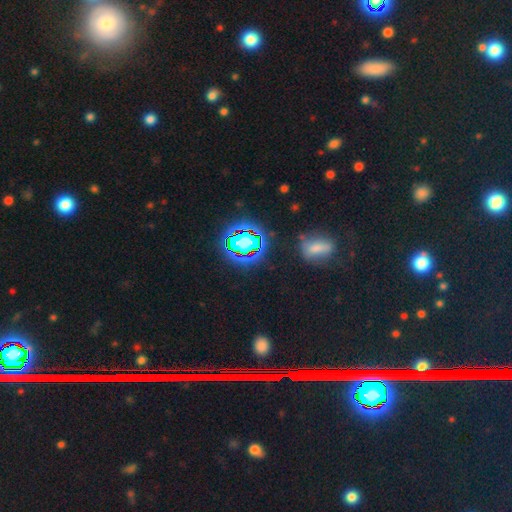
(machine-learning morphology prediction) This is likely a star or artifact rather than a galaxy (77%).